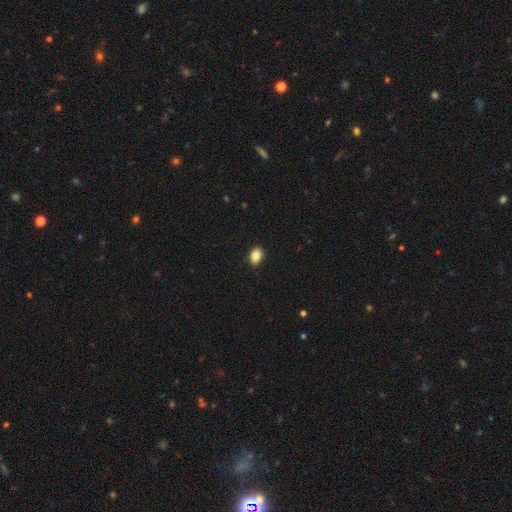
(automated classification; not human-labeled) smooth-or-featured: smooth: 86% | star or artifact: 9% | featured or disk: 6%
  how-rounded: in between: 78% | round: 20% | cigar-shaped: 1%
  merging: none: 89% | minor disturbance: 8% | major disturbance: 2% | merger: 1%